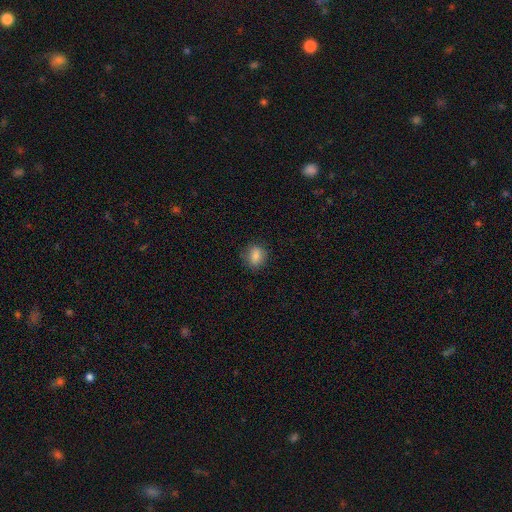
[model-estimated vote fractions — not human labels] Smooth or featured?
  - smooth: 83% *
  - star or artifact: 9%
  - featured or disk: 7%
How rounded?
  - round: 51% *
  - in between: 47%
  - cigar-shaped: 2%
Merging?
  - none: 82% *
  - minor disturbance: 14%
  - major disturbance: 4%
  - merger: 1%